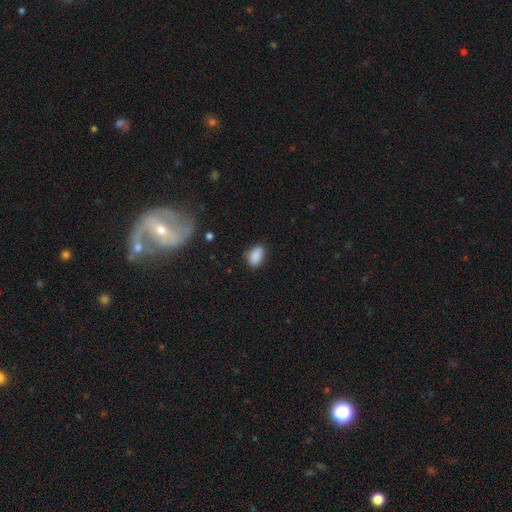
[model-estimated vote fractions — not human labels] smooth-or-featured: smooth: 87% | star or artifact: 8% | featured or disk: 5%
  how-rounded: in between: 88% | round: 11% | cigar-shaped: 2%
  merging: none: 72% | minor disturbance: 22% | major disturbance: 4% | merger: 2%